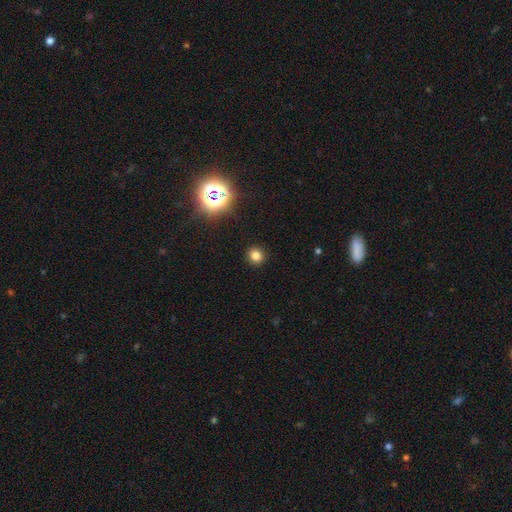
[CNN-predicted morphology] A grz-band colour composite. It shows a smooth galaxy with no disk features (78%) that is round (84%). Merging: none (91%).